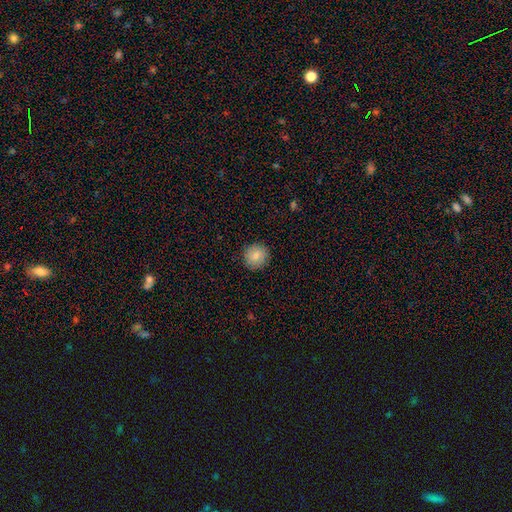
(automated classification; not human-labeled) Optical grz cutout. It shows a smooth galaxy with no disk features (85%) that is round (90%). Merging: none (89%).